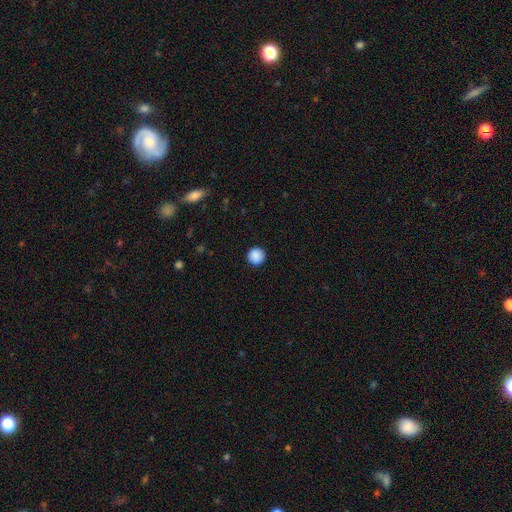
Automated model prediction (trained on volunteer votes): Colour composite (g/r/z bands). It shows a smooth galaxy with no disk features (89%) that is round (96%). Merging: none (92%).